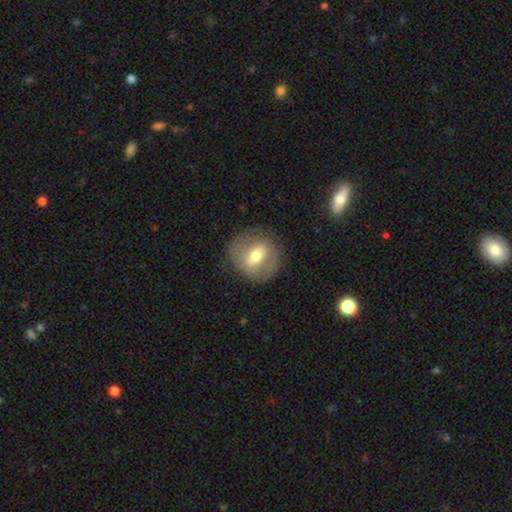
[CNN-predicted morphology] Q: Smooth or featured?
A: featured or disk (53%); runner-up: smooth (39%)
Q: Edge-on disk?
A: no (90%); runner-up: yes (10%)
Q: Merging?
A: none (80%); runner-up: minor disturbance (13%)